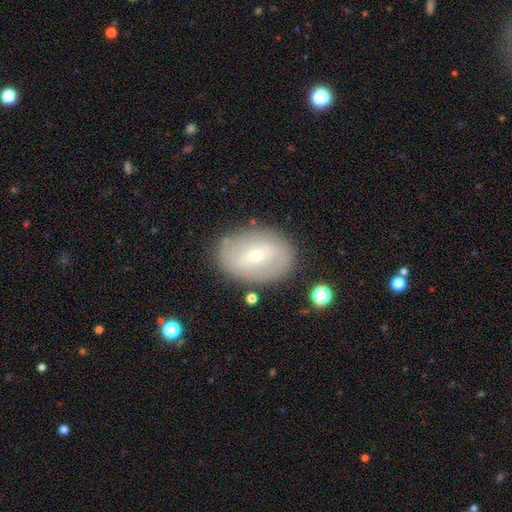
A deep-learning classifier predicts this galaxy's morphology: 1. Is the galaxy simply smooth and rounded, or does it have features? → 50% featured or disk, 42% smooth, 8% star or artifact.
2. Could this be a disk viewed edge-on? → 92% no, 8% yes.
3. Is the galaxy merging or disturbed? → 82% none, 12% minor disturbance, 4% major disturbance, 2% merger.